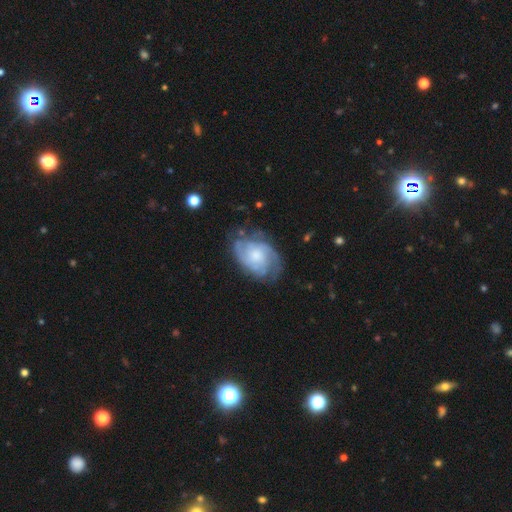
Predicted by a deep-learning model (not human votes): This is likely a featured or disk galaxy (77%). It is clearly not viewed edge-on (97%). Bar: likely no (73%). Spiral arm pattern: clearly yes (91%). Spiral arm count: marginally can't tell (35%). Spiral winding: possibly tight (51%). Central bulge: possibly moderate (45%). Merging: likely none (65%).